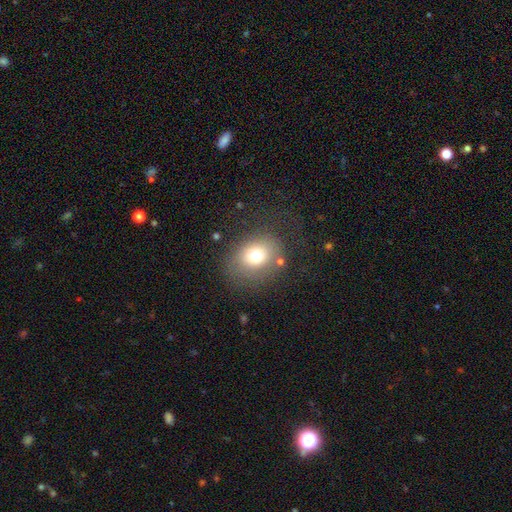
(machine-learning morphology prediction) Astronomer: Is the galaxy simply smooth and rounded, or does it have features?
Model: smooth — 72%.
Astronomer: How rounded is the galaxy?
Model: round — 58% (runner-up: in between, 41%).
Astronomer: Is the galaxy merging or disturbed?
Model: none — 69%.